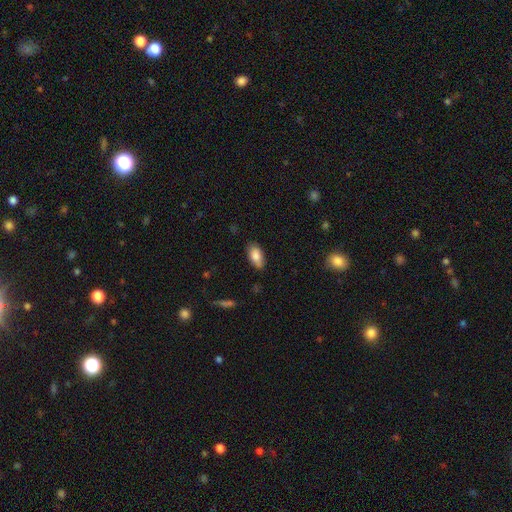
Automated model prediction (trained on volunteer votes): Smooth or featured?
  - smooth: 85% *
  - featured or disk: 9%
  - star or artifact: 7%
How rounded?
  - in between: 92% *
  - cigar-shaped: 5%
  - round: 3%
Merging?
  - none: 83% *
  - minor disturbance: 13%
  - major disturbance: 2%
  - merger: 1%